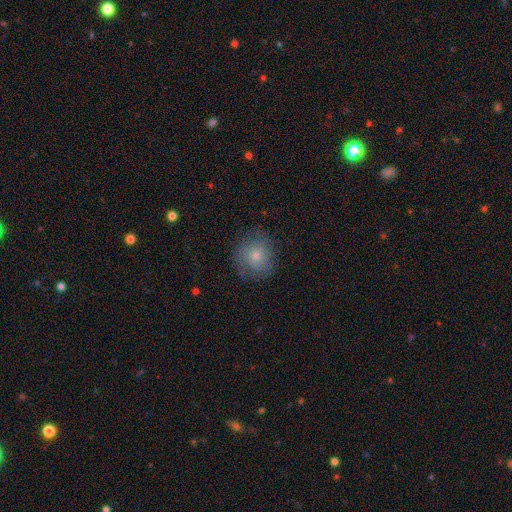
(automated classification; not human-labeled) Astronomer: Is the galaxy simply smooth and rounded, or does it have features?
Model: smooth — 75%.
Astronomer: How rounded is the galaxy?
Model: round — 85%.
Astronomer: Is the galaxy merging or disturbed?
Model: none — 75%.